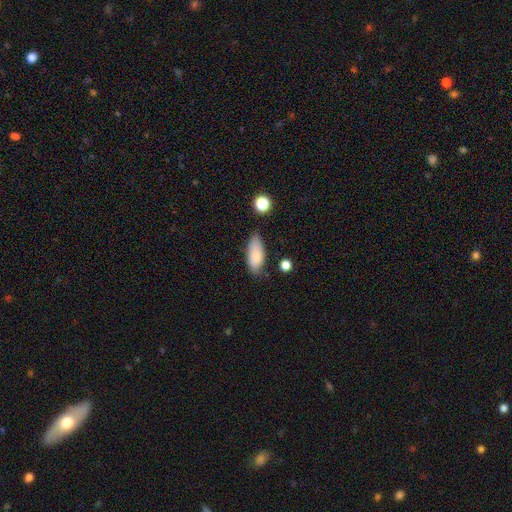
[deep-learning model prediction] Smooth or featured? smooth (78%)
How rounded? in between (83%)
Merging? none (70%)